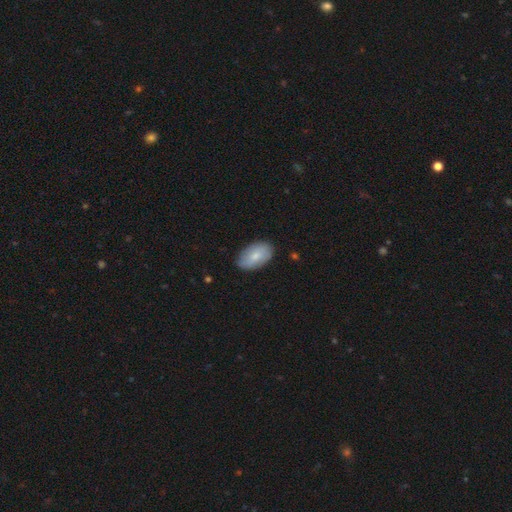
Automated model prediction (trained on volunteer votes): This is likely a smooth galaxy (77%). How rounded: clearly in between (94%). Merging: clearly none (82%).